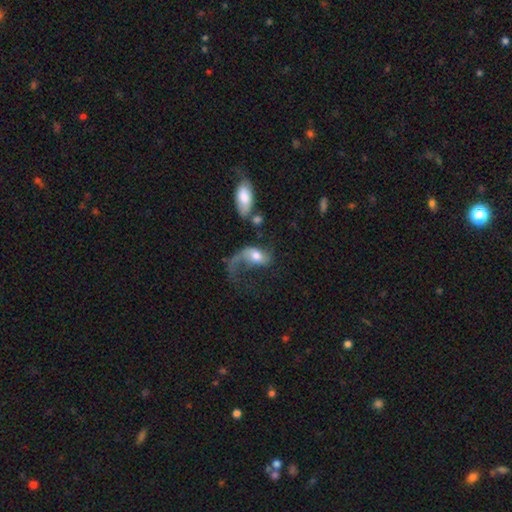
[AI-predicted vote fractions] A featured or disk galaxy (52%). Merging: major disturbance (53%).